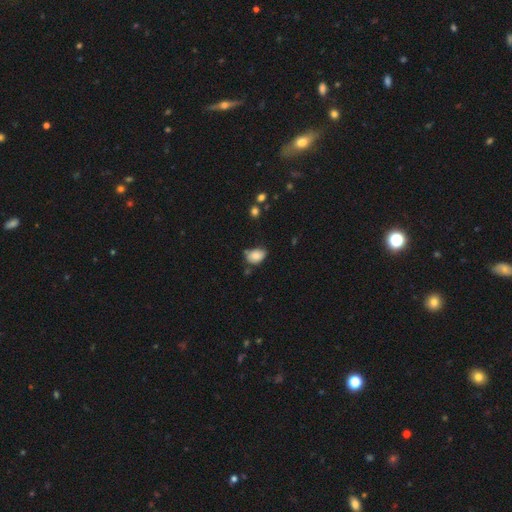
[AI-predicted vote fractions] This appears to be a smooth galaxy with no disk features (79%) that is in between round and cigar-shaped (80%). Merging: none (58%).